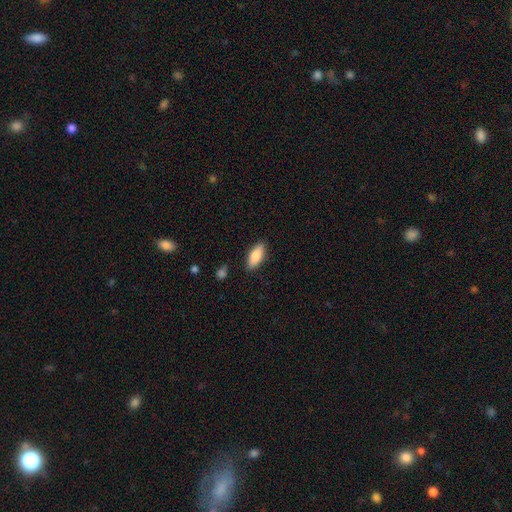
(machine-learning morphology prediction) The model was most divided on "how rounded": in between: 74%, cigar-shaped: 24%, round: 2%. More confident: merging — none (85%); smooth or featured — smooth (82%).